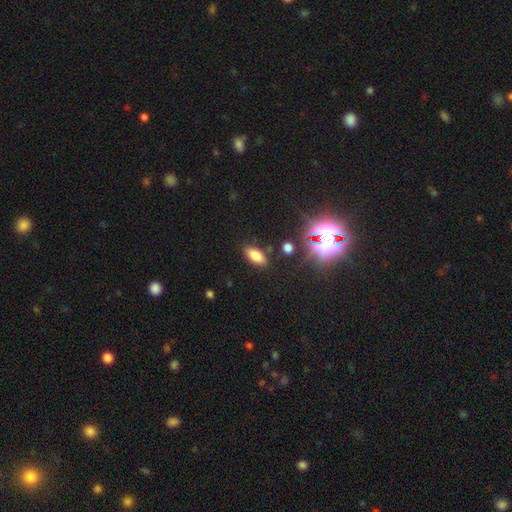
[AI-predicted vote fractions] This appears to be a smooth galaxy with no disk features (77%) that is in between round and cigar-shaped (87%). Merging: none (83%).